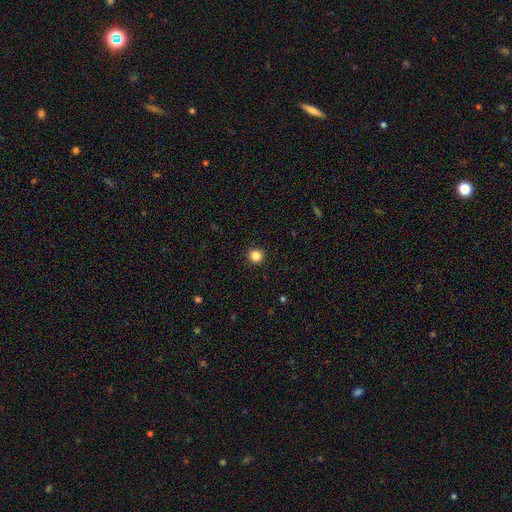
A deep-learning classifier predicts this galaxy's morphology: This appears to be a smooth galaxy with no disk features (85%) that is round (95%). Merging: none (93%).